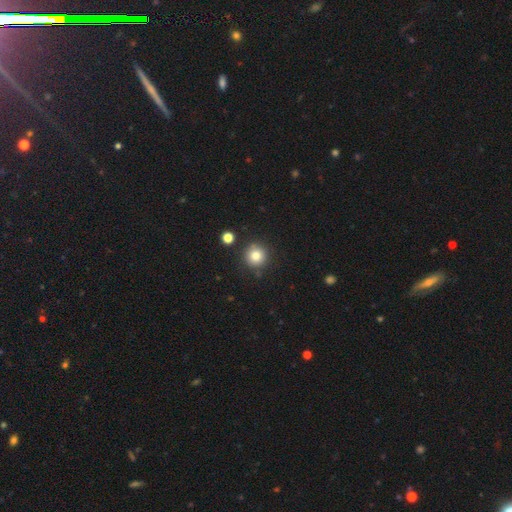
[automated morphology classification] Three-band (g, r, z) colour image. It shows a smooth galaxy with no disk features (80%) that is round (94%). Merging: none (86%).